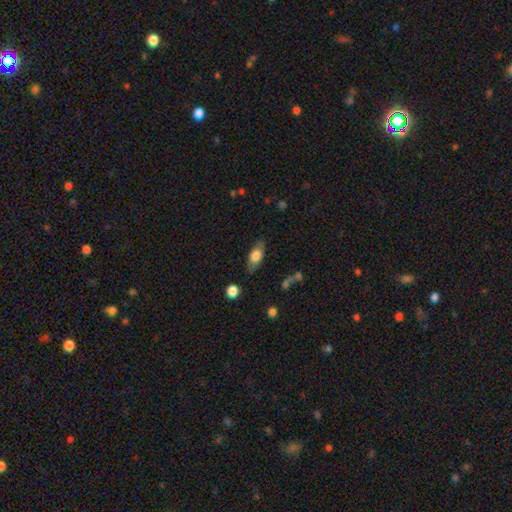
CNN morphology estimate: Smooth or featured? smooth (70%)
How rounded? in between (83%)
Merging? none (77%)